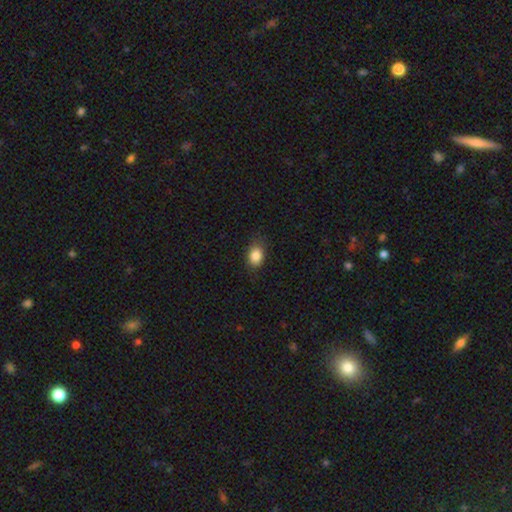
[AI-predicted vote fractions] Morphology: type=smooth (86%); roundness=in between (70%); merging=none (79%).